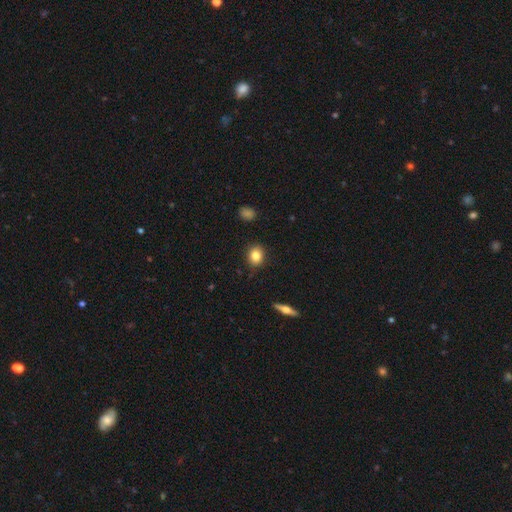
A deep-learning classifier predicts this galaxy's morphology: smooth-or-featured: smooth: 82% | star or artifact: 9% | featured or disk: 9%
  how-rounded: round: 71% | in between: 28% | cigar-shaped: 2%
  merging: none: 90% | minor disturbance: 7% | major disturbance: 2% | merger: 1%